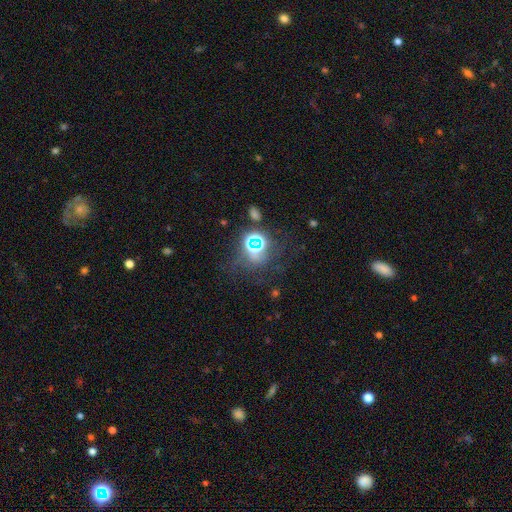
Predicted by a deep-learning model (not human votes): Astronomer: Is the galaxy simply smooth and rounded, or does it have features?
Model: smooth — 52% (runner-up: star or artifact, 35%).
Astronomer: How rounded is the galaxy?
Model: round — 69%.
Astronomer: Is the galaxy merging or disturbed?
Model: none — 63%.